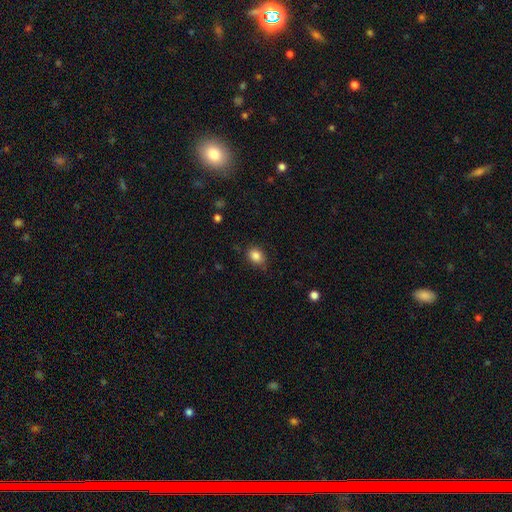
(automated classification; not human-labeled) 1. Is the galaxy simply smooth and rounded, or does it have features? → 86% smooth, 9% star or artifact, 5% featured or disk.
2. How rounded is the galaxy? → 61% in between, 38% round, 1% cigar-shaped.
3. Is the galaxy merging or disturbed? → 75% none, 20% minor disturbance, 4% major disturbance, 1% merger.